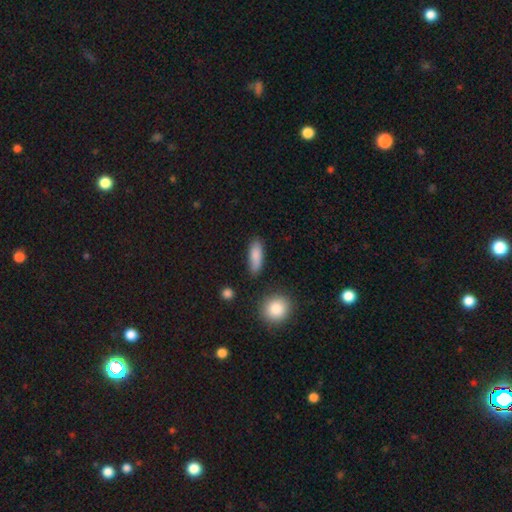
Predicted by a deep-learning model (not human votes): Smooth or featured? Predicted: smooth (p=0.85). How rounded? Predicted: in between (p=0.63). Merging? Predicted: none (p=0.76).